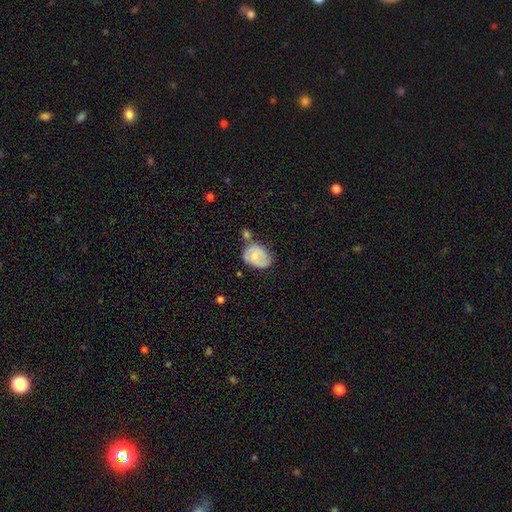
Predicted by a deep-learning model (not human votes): Overall: smooth (58%; featured or disk 35%). How rounded: in between (72%). Merging: none (44%; minor disturbance 31%).